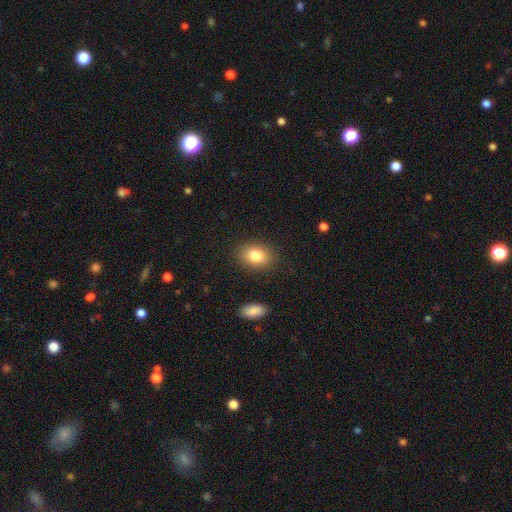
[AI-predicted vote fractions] The model was most divided on "how rounded": in between: 72%, round: 27%, cigar-shaped: 1%. More confident: merging — none (87%); smooth or featured — smooth (83%).